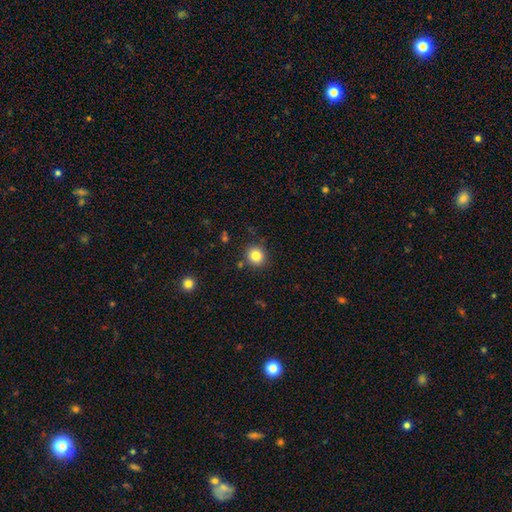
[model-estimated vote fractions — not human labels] Morphology: type=smooth (83%); roundness=round (91%); merging=none (87%).